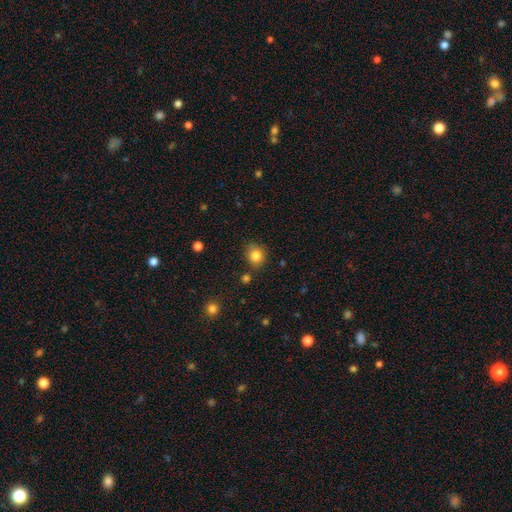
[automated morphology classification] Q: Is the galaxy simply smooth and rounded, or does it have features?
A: smooth — 83%.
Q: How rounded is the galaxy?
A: round — 78%.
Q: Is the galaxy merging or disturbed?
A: none — 78%.